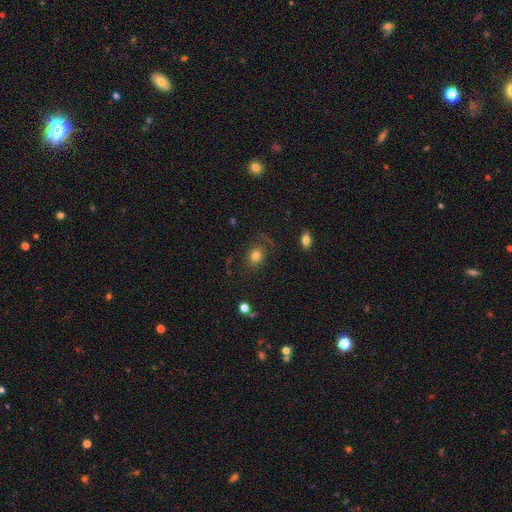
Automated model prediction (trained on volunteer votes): This is likely a smooth galaxy (75%). How rounded: possibly round (50%). Merging: likely none (72%).